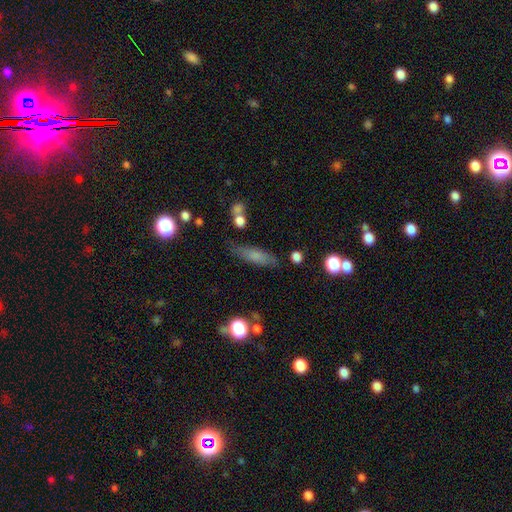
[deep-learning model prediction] This appears to be a smooth galaxy with no disk features (69%) that is cigar-shaped (60%). Merging: none (75%).